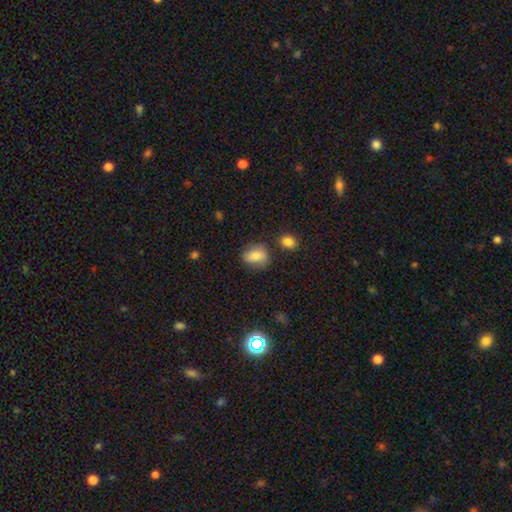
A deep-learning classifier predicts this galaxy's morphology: smooth-or-featured: smooth: 78% | featured or disk: 13% | star or artifact: 10%
  how-rounded: in between: 54% | round: 44% | cigar-shaped: 2%
  merging: none: 71% | minor disturbance: 18% | merger: 6% | major disturbance: 5%